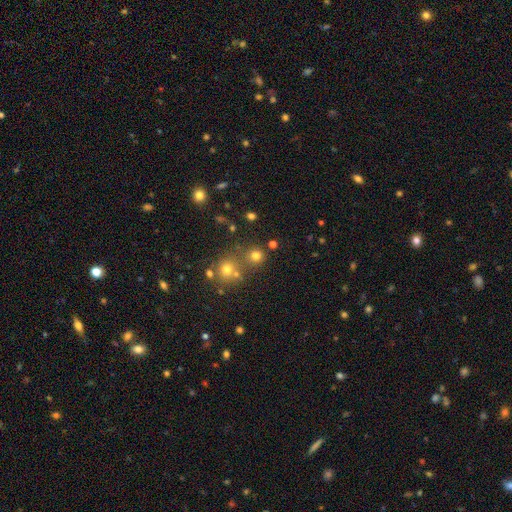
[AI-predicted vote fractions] The model was most divided on "smooth or featured": smooth: 72%, star or artifact: 20%, featured or disk: 8%. More confident: how rounded — round (89%); merging — none (71%).